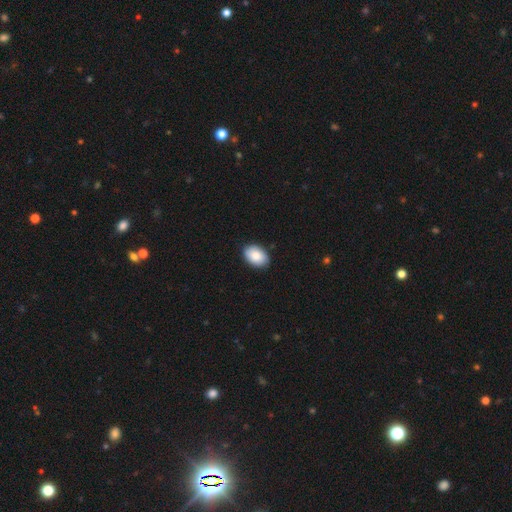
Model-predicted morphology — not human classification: Smooth or featured?
  - smooth: 87% *
  - featured or disk: 7%
  - star or artifact: 6%
How rounded?
  - in between: 87% *
  - round: 12%
  - cigar-shaped: 1%
Merging?
  - none: 87% *
  - minor disturbance: 10%
  - major disturbance: 2%
  - merger: 1%